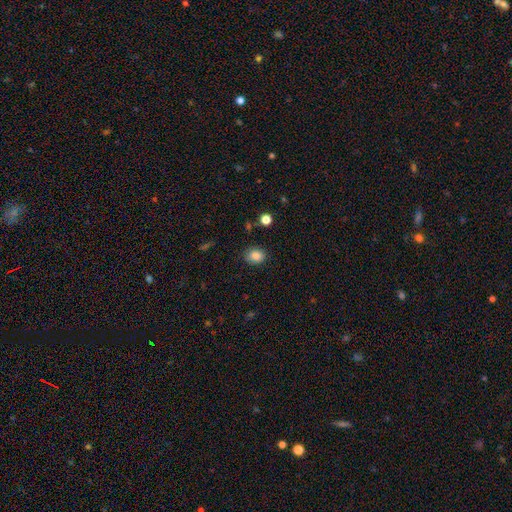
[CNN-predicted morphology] Smooth or featured? Predicted: smooth (p=0.85). How rounded? Predicted: round (p=0.52). Merging? Predicted: none (p=0.86).